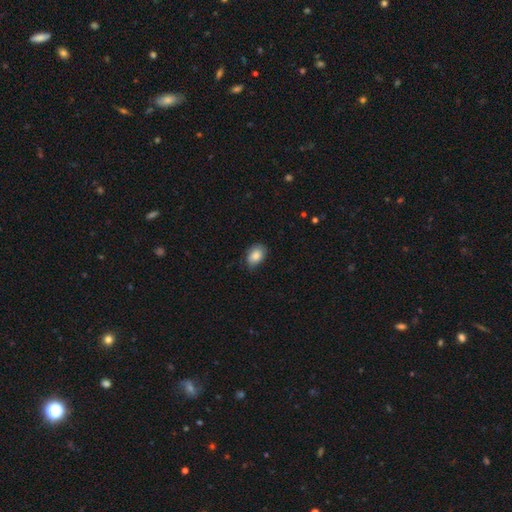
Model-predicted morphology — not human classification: Overall: smooth (85%). How rounded: in between (82%). Merging: none (73%).